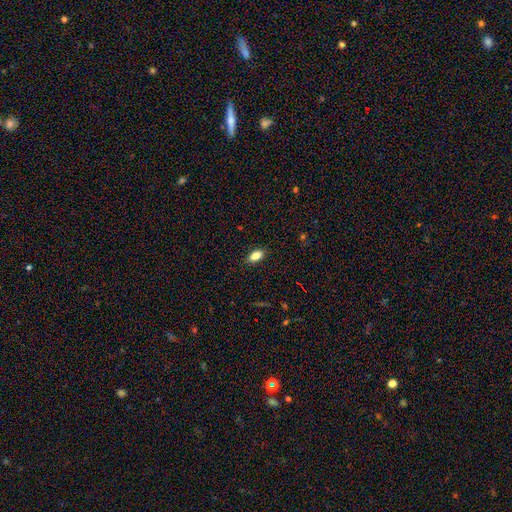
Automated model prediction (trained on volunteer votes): smooth-or-featured: smooth: 82% | featured or disk: 10% | star or artifact: 9%
  how-rounded: in between: 87% | cigar-shaped: 8% | round: 5%
  merging: none: 88% | minor disturbance: 9% | major disturbance: 2% | merger: 1%